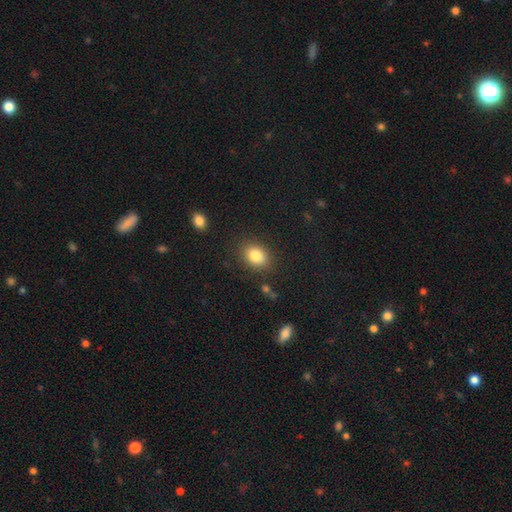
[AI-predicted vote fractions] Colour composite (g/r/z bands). It shows a smooth galaxy with no disk features (83%) that is in between round and cigar-shaped (64%). Merging: none (85%).